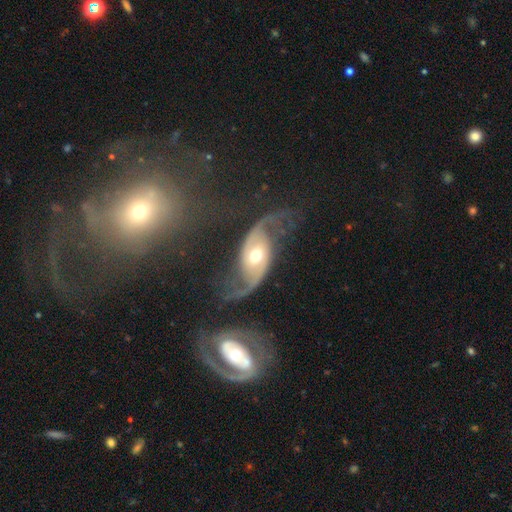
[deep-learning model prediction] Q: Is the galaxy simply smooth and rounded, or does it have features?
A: featured or disk — 85%.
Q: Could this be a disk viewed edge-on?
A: no — 95%.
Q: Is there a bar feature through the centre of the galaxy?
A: no — 55%.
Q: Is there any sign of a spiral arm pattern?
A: yes — 94%.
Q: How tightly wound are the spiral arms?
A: loose — 74%.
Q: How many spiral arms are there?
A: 2 — 92%.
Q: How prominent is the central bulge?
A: moderate — 73%.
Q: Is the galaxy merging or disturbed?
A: none — 65%.